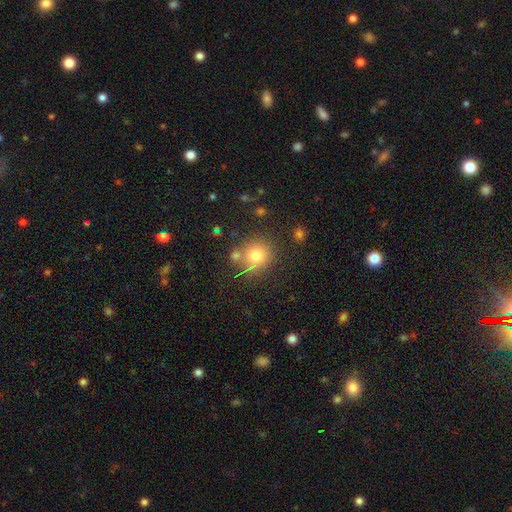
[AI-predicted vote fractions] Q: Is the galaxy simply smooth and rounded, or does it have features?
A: smooth — 75%.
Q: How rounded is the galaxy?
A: round — 87%.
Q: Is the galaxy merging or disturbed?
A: none — 69%.